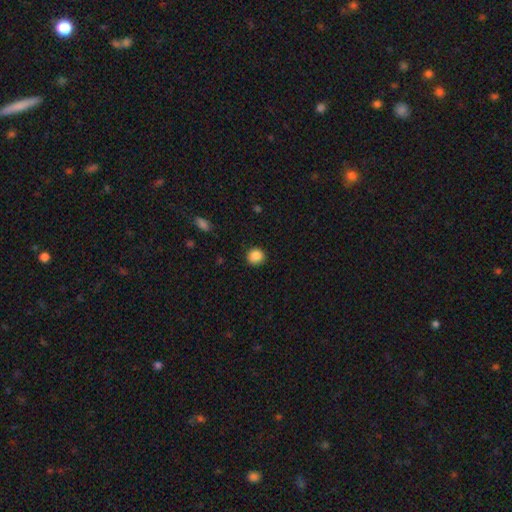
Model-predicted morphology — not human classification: smooth_or_featured: smooth (p=0.87) [alt: star or artifact p=0.10]
how_rounded: round (p=0.87) [alt: in between p=0.12]
merging: none (p=0.89) [alt: minor disturbance p=0.08]